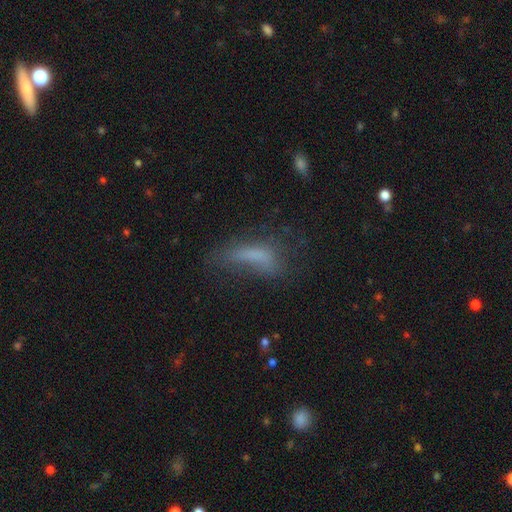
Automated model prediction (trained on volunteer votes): Smooth or featured?
  - smooth: 60% *
  - featured or disk: 24%
  - star or artifact: 15%
How rounded?
  - in between: 49% *
  - cigar-shaped: 48%
  - round: 3%
Merging?
  - major disturbance: 35% *
  - none: 34%
  - minor disturbance: 26%
  - merger: 4%